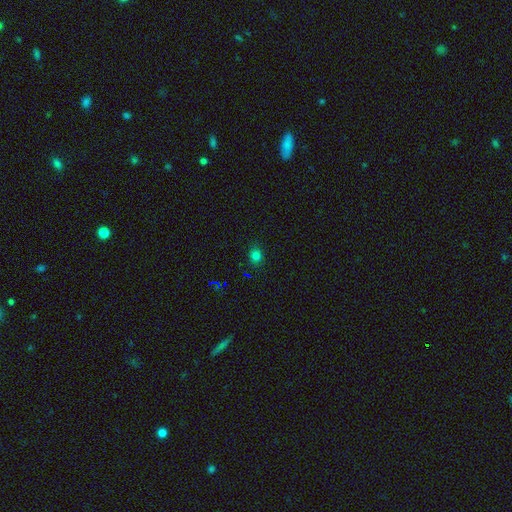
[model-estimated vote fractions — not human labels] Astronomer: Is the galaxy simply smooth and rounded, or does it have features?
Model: smooth — 75%.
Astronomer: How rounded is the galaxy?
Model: round — 65%.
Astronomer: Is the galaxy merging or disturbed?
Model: none — 85%.